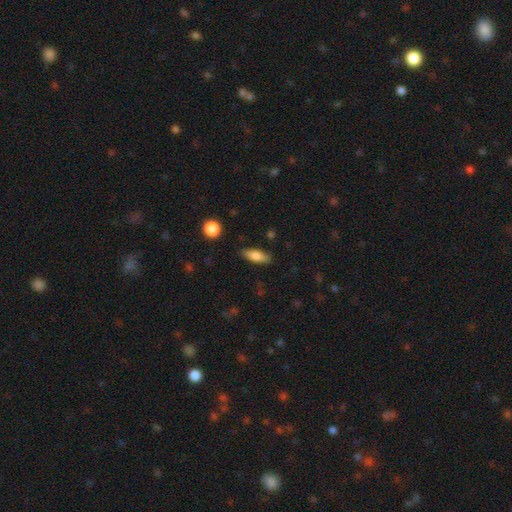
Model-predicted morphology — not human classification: Overall: smooth (78%). How rounded: in between (65%; cigar-shaped 32%). Merging: none (85%).